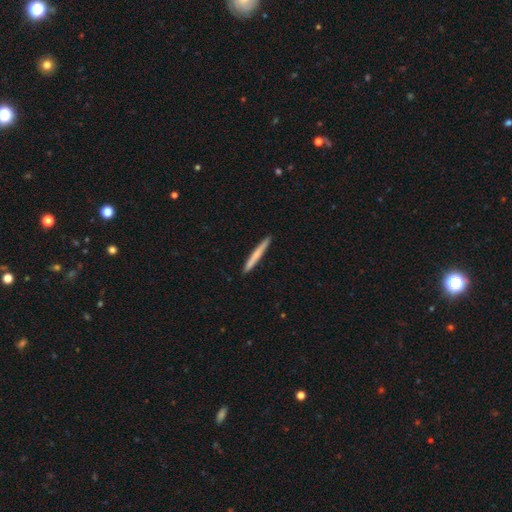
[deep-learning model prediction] Smooth or featured? smooth (66%)
How rounded? cigar-shaped (97%)
Merging? none (92%)